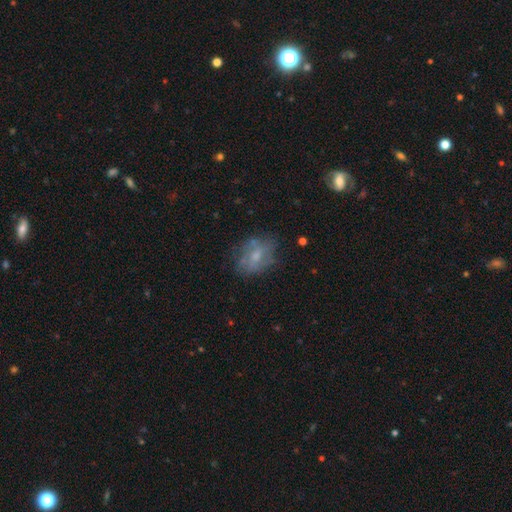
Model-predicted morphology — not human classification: Q: Smooth or featured?
A: smooth (48%); runner-up: featured or disk (41%)
Q: Merging?
A: none (62%); runner-up: minor disturbance (23%)